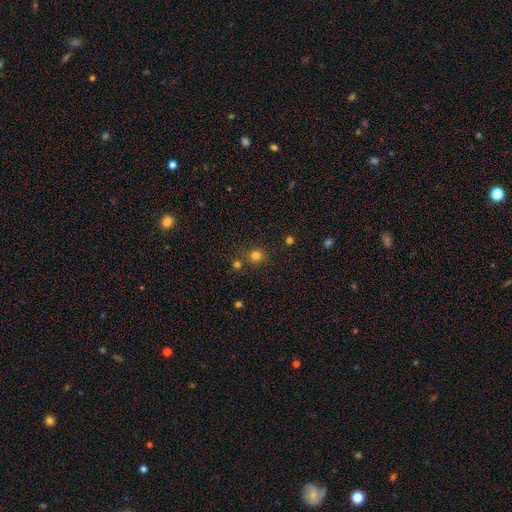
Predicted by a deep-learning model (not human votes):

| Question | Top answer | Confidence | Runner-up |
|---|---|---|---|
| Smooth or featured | smooth | 76% | star or artifact (18%) |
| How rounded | round | 87% | in between (12%) |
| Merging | none | 77% | merger (12%) |